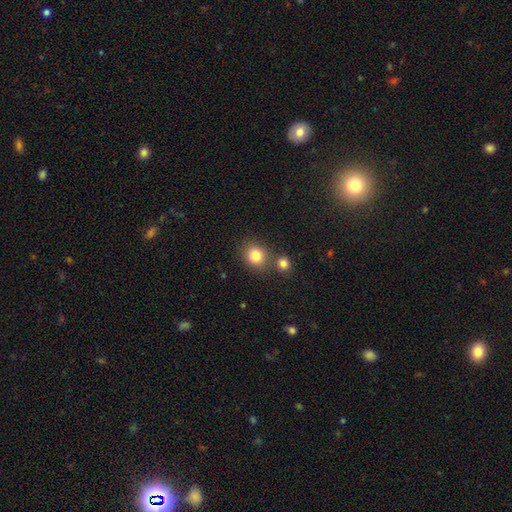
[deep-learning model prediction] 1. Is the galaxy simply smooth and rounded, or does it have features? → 83% smooth, 11% star or artifact, 6% featured or disk.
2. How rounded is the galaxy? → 81% round, 19% in between, 1% cigar-shaped.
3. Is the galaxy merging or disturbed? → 70% none, 19% merger, 8% minor disturbance, 3% major disturbance.